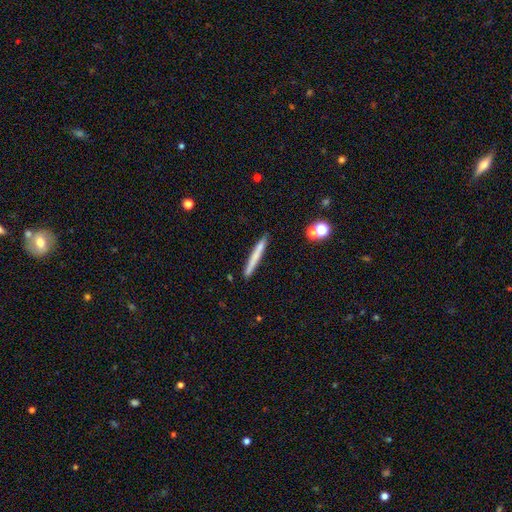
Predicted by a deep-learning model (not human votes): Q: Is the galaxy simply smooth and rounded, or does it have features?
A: smooth — 64%.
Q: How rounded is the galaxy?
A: cigar-shaped — 96%.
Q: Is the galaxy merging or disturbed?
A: none — 86%.